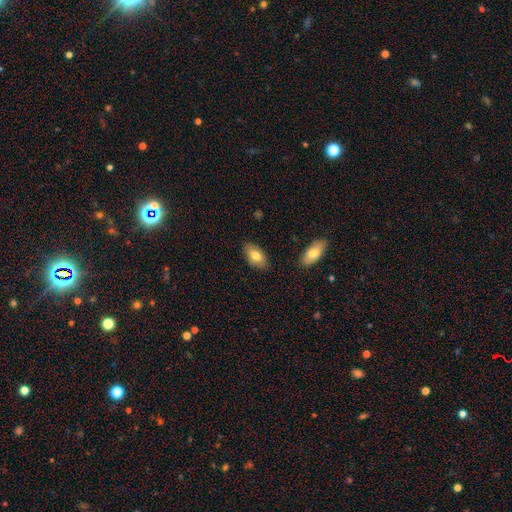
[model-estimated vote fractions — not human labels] Smooth or featured? Predicted: smooth (p=0.77). How rounded? Predicted: in between (p=0.94). Merging? Predicted: none (p=0.84).